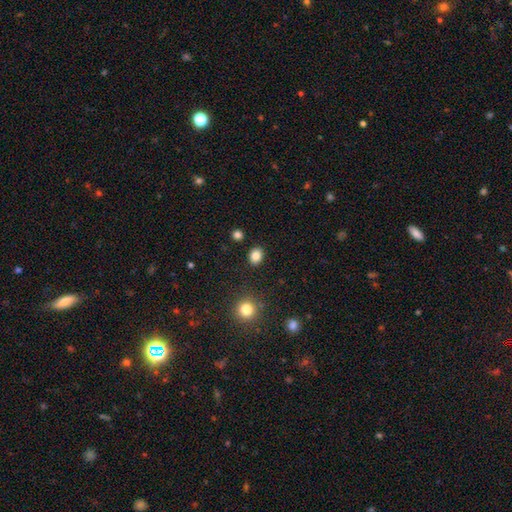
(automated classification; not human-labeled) smooth-or-featured: smooth: 85% | star or artifact: 11% | featured or disk: 5%
  how-rounded: round: 51% | in between: 48% | cigar-shaped: 1%
  merging: none: 88% | minor disturbance: 7% | merger: 3% | major disturbance: 2%